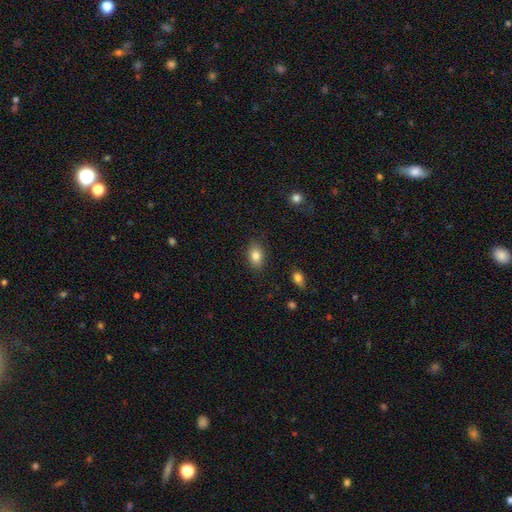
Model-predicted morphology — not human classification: smooth_or_featured: smooth (p=0.83) [alt: star or artifact p=0.09]
how_rounded: in between (p=0.80) [alt: round p=0.18]
merging: none (p=0.85) [alt: minor disturbance p=0.11]